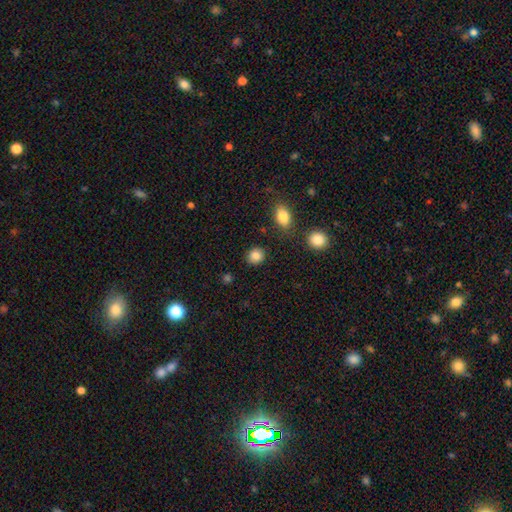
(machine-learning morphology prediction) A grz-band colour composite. It shows a smooth galaxy with no disk features (86%) that is round (80%). Merging: none (88%).